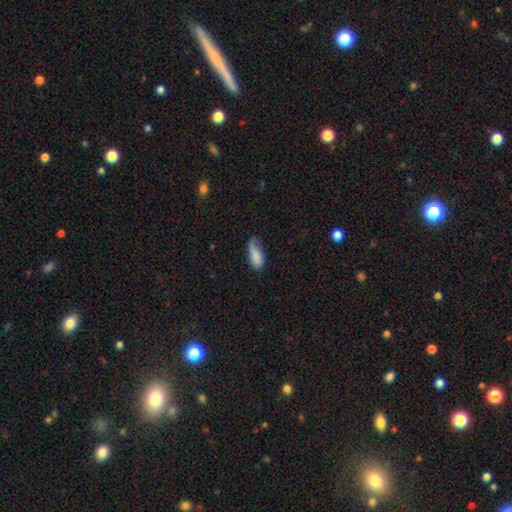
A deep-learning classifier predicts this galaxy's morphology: Overall: smooth (85%). How rounded: in between (80%). Merging: none (55%; minor disturbance 34%).